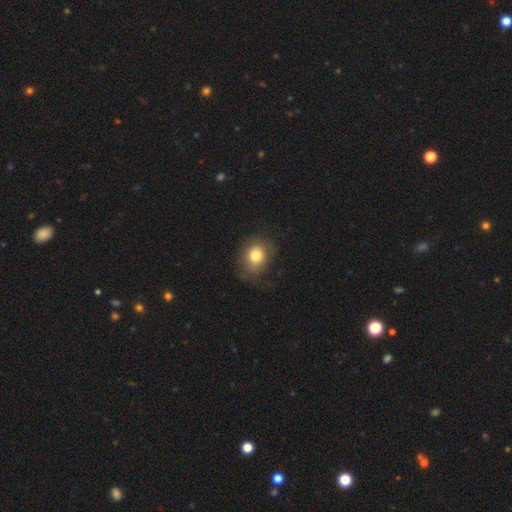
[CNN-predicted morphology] The model was most divided on "how rounded": round: 66%, in between: 33%, cigar-shaped: 1%. More confident: smooth or featured — smooth (75%); merging — none (66%).